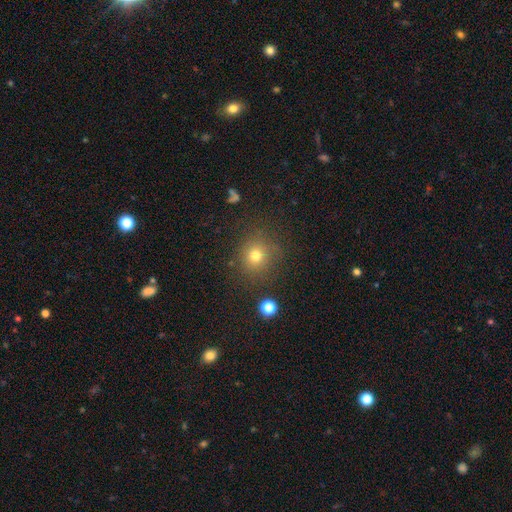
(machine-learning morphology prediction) smooth-or-featured: smooth: 75% | star or artifact: 16% | featured or disk: 8%
  how-rounded: round: 86% | in between: 13% | cigar-shaped: 1%
  merging: none: 83% | minor disturbance: 10% | major disturbance: 4% | merger: 3%